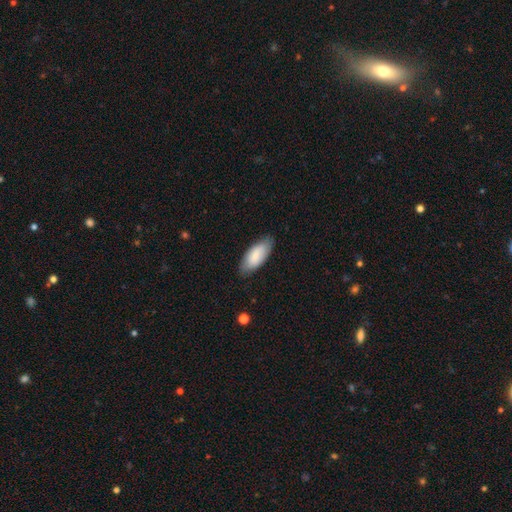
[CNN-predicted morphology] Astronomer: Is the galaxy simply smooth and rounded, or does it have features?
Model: smooth — 80%.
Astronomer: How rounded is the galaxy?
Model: in between — 86%.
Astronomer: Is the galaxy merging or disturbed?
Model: none — 81%.